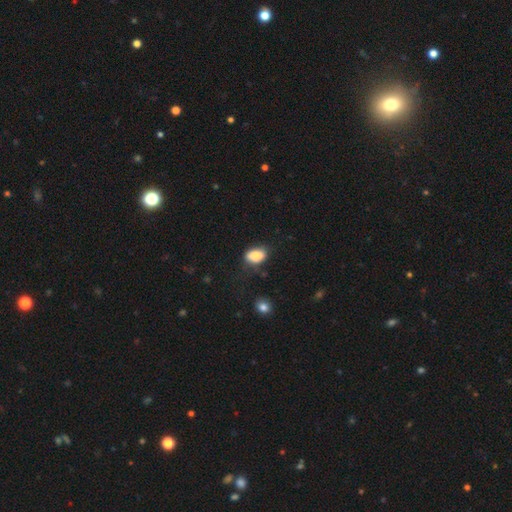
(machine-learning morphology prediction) Overall: smooth (84%). How rounded: in between (87%). Merging: none (67%).